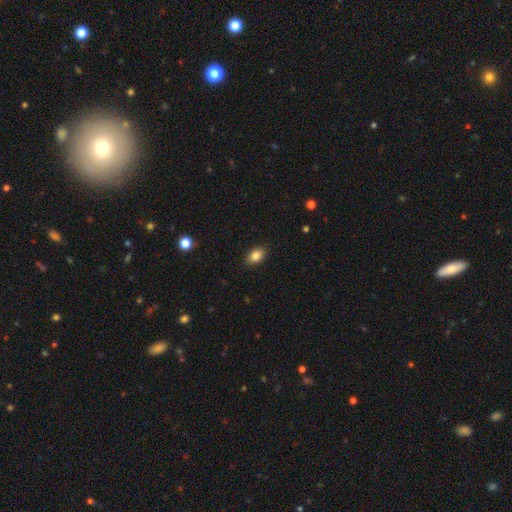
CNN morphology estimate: A smooth galaxy with no disk features (85%) that is in between round and cigar-shaped (87%). Merging: none (88%).